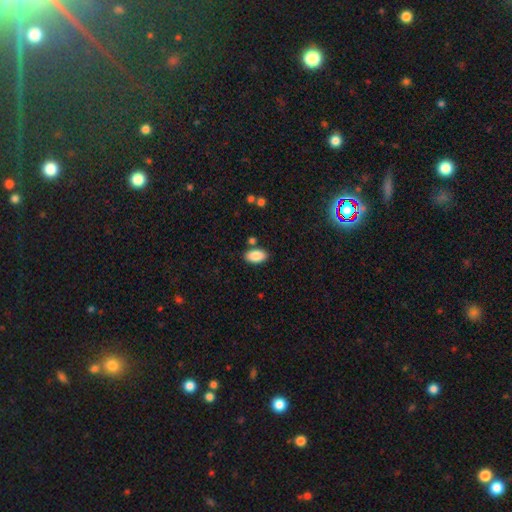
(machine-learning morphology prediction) Smooth or featured: smooth — 88% (star or artifact — 7%)
How rounded: in between — 94% (round — 4%)
Merging: none — 81% (minor disturbance — 10%)